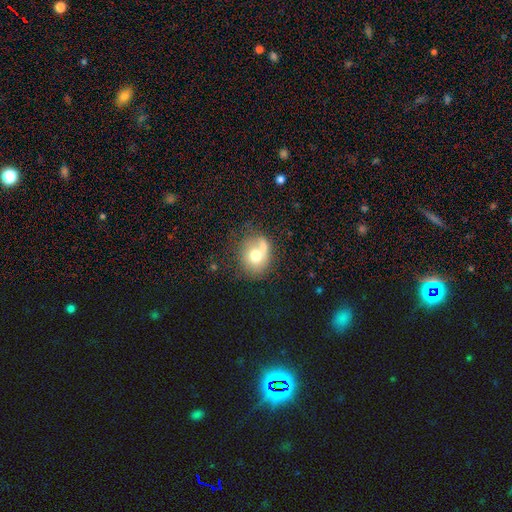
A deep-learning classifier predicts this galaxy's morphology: smooth-or-featured: smooth: 67% | featured or disk: 23% | star or artifact: 10%
  how-rounded: round: 70% | in between: 29% | cigar-shaped: 1%
  merging: none: 39% | merger: 35% | minor disturbance: 17% | major disturbance: 9%